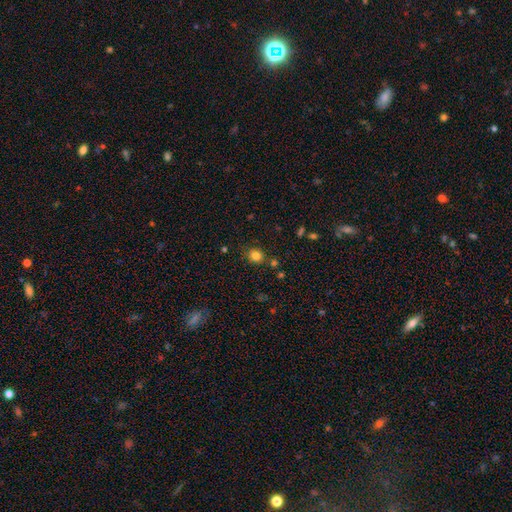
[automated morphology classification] Q: Smooth or featured?
A: smooth (81%); runner-up: star or artifact (13%)
Q: How rounded?
A: round (75%); runner-up: in between (24%)
Q: Merging?
A: none (81%); runner-up: minor disturbance (11%)